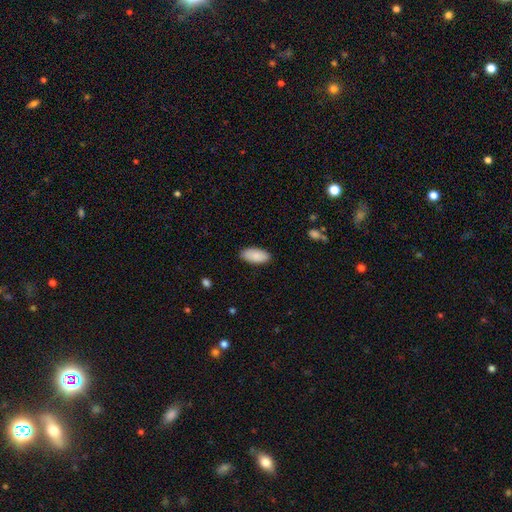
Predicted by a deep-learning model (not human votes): Overall: smooth (89%). How rounded: in between (93%). Merging: none (88%).